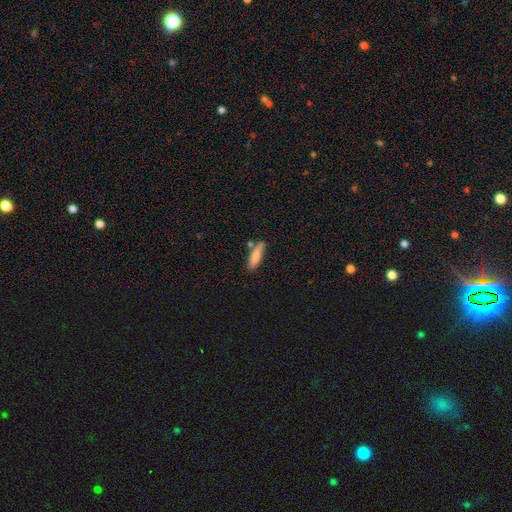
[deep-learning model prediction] Smooth or featured: smooth — 80% (featured or disk — 13%)
How rounded: cigar-shaped — 59% (in between — 39%)
Merging: none — 63% (minor disturbance — 20%)